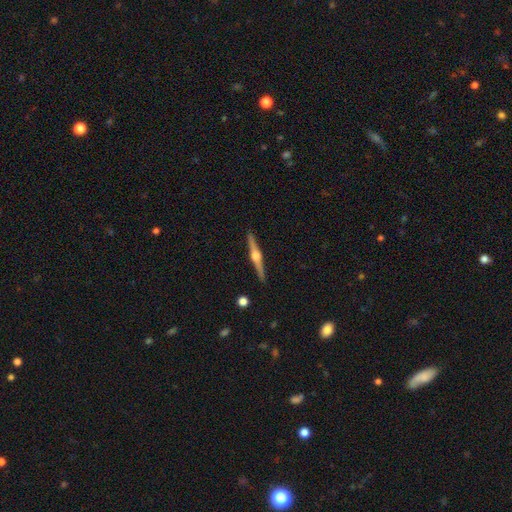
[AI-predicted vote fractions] A featured or disk galaxy (83%) viewed edge-on (99%) with a rounded central bulge (94%). Merging: none (92%).